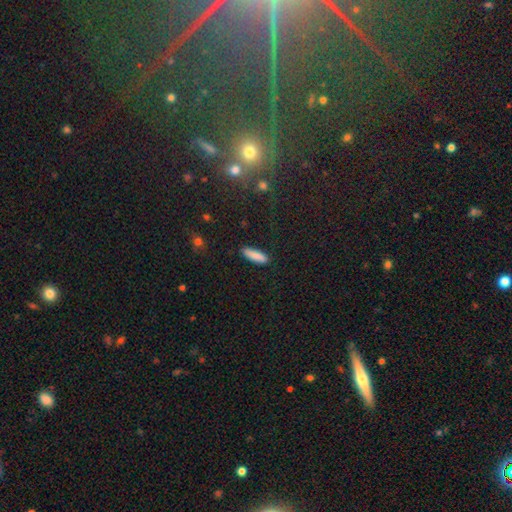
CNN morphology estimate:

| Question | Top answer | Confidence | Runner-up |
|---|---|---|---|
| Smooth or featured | smooth | 87% | star or artifact (7%) |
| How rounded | cigar-shaped | 63% | in between (36%) |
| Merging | none | 88% | minor disturbance (9%) |